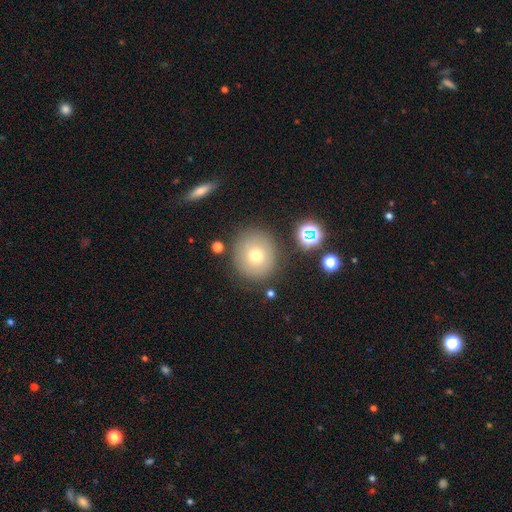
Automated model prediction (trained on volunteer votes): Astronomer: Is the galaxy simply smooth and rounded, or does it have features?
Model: smooth — 71%.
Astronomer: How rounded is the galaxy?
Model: round — 91%.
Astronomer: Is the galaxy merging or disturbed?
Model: none — 82%.